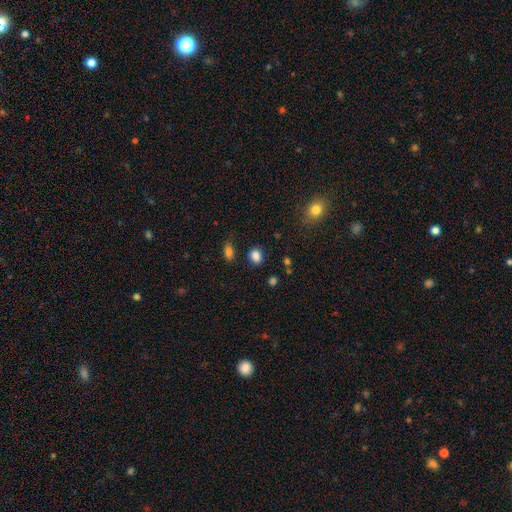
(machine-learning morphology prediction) This is clearly a smooth galaxy (84%). How rounded: possibly round (54%). Merging: clearly none (81%).